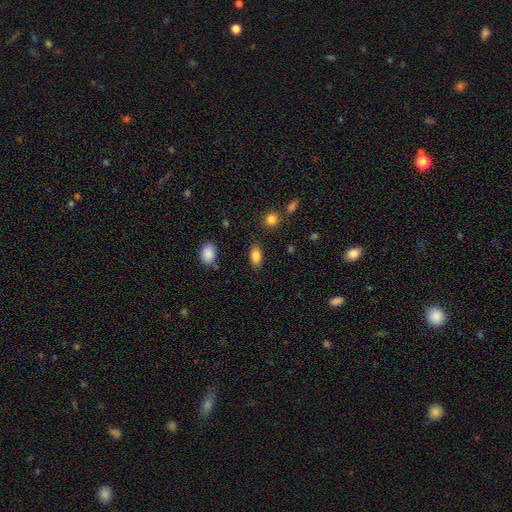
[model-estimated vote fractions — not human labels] Q: Smooth or featured?
A: smooth (86%); runner-up: star or artifact (8%)
Q: How rounded?
A: in between (89%); runner-up: cigar-shaped (6%)
Q: Merging?
A: none (82%); runner-up: minor disturbance (12%)